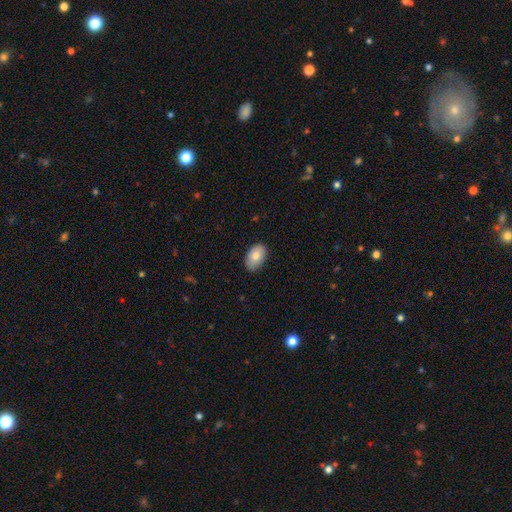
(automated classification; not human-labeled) Q: Smooth or featured?
A: smooth (82%); runner-up: featured or disk (11%)
Q: How rounded?
A: in between (91%); runner-up: round (8%)
Q: Merging?
A: none (83%); runner-up: minor disturbance (13%)